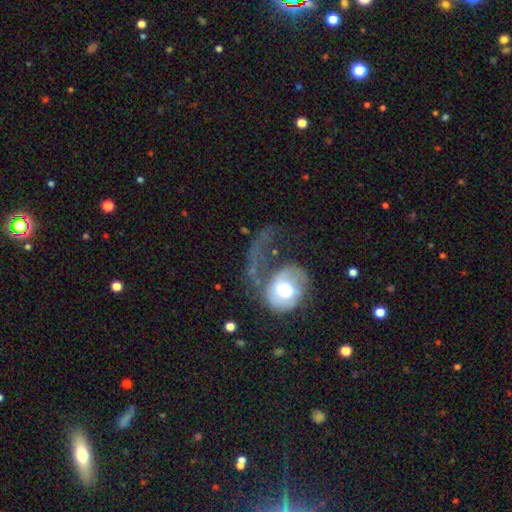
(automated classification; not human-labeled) A featured or disk galaxy (60%) with no bar (69%), spiral arms (73%) and a moderate central bulge (57%).

Vote fractions:
- Smooth or featured? featured or disk: 60% / smooth: 31% / star or artifact: 9%
- Edge-on disk? no: 96% / yes: 4%
- Bar? no: 69% / weak: 24% / strong: 7%
- Spiral arms? yes: 73% / no: 27%
- Bulge size? moderate: 57% / large: 27% / small: 9% / dominant: 5% / none: 2%
- Merging? major disturbance: 59% / none: 22% / minor disturbance: 13% / merger: 6%